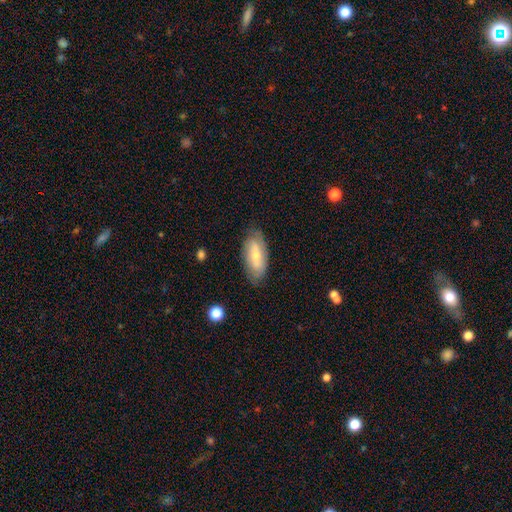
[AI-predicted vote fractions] The model was most divided on "smooth or featured": smooth: 52%, featured or disk: 41%, star or artifact: 6%. More confident: how rounded — in between (82%); merging — none (79%).